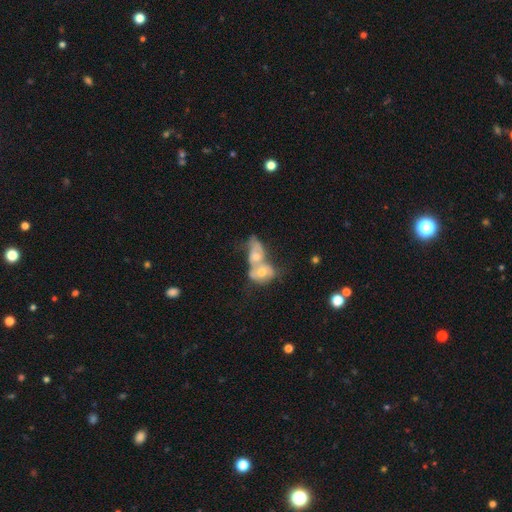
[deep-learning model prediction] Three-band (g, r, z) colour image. It shows a smooth galaxy with no disk features (49%). Merging: merger (80%).